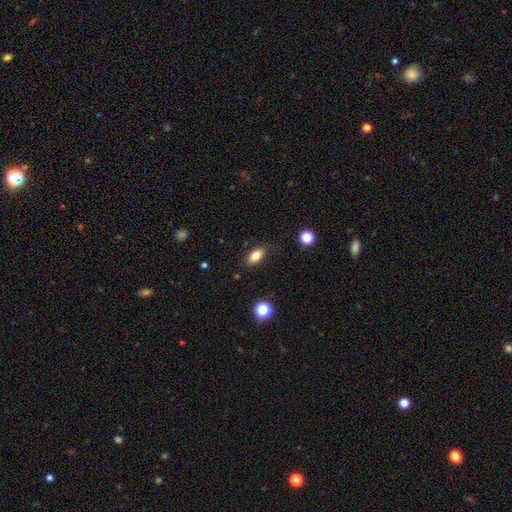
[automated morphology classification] This is clearly a smooth galaxy (82%). How rounded: clearly in between (87%). Merging: clearly none (84%).